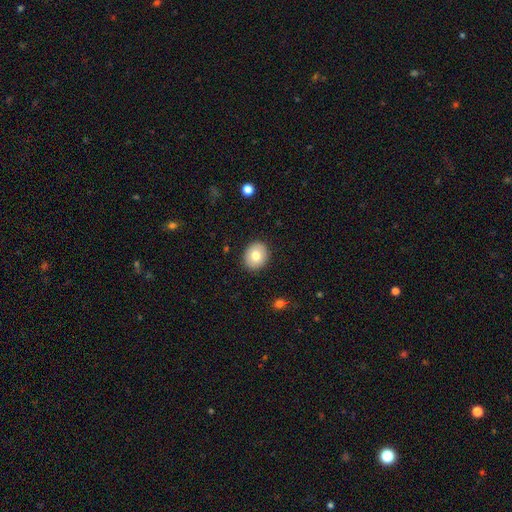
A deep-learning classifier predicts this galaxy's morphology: The model was most divided on "how rounded": round: 68%, in between: 31%, cigar-shaped: 1%. More confident: merging — none (90%); smooth or featured — smooth (77%).